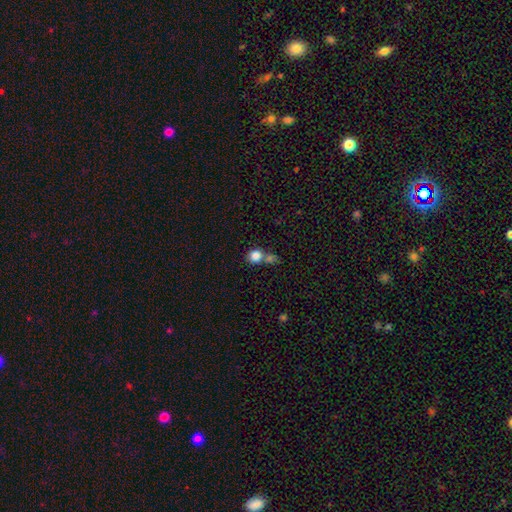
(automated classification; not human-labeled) Smooth or featured? Predicted: smooth (p=0.83). How rounded? Predicted: round (p=0.82). Merging? Predicted: none (p=0.47).